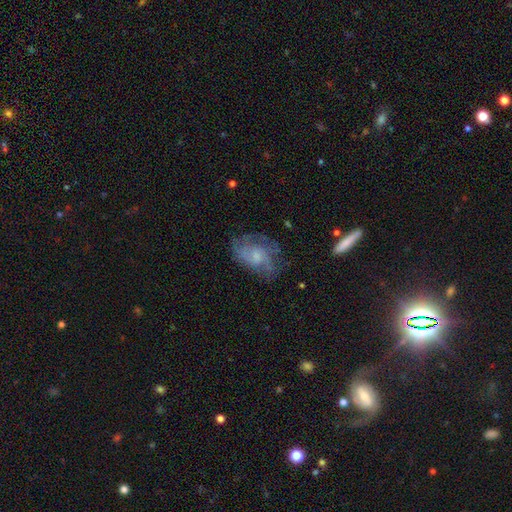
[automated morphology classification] The model was most divided on "bulge size": small: 42%, moderate: 32%, none: 19%, large: 5%, dominant: 1%. More confident: edge-on disk — no (96%); spiral arms — yes (78%); smooth or featured — featured or disk (64%); bar — no (64%); merging — none (56%).